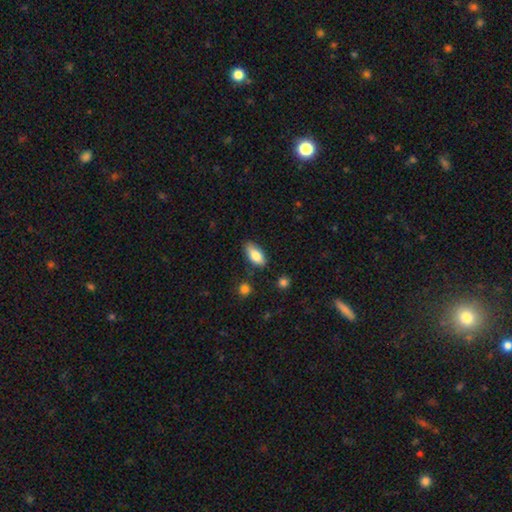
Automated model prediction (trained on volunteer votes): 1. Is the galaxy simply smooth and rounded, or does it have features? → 81% smooth, 13% featured or disk, 7% star or artifact.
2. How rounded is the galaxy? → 85% in between, 12% cigar-shaped, 3% round.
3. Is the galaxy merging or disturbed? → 80% none, 15% minor disturbance, 3% major disturbance, 3% merger.